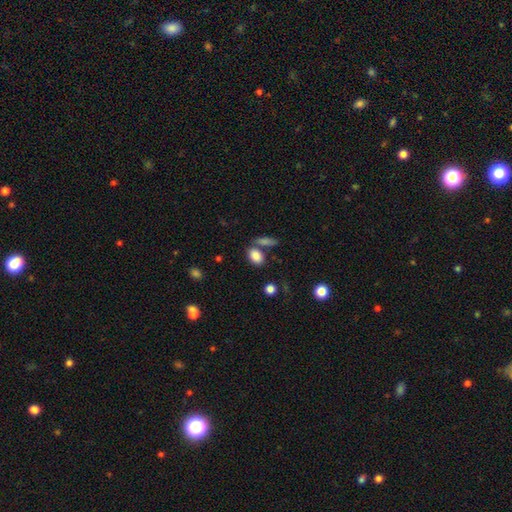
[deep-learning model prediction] A smooth galaxy with no disk features (85%) that is in between round and cigar-shaped (83%). Merging: none (61%).